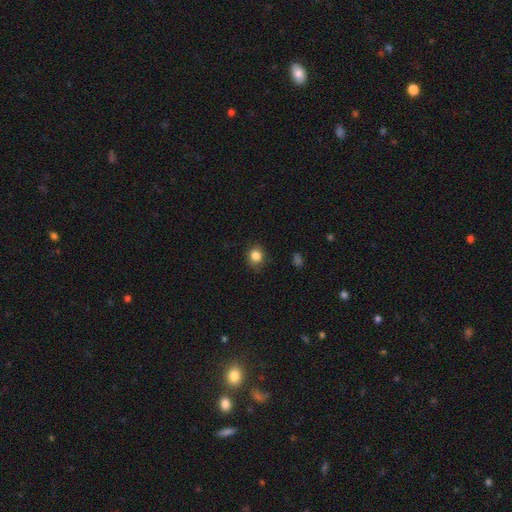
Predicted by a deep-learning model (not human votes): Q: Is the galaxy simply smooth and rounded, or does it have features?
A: smooth — 85%.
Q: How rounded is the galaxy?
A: round — 77%.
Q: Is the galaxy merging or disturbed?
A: none — 82%.